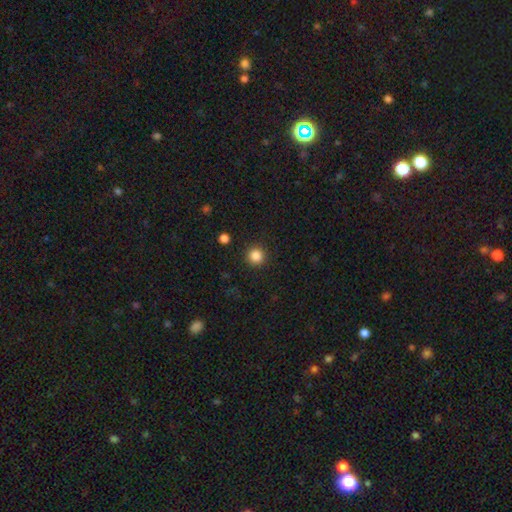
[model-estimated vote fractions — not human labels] Morphology: type=smooth (85%); roundness=round (95%); merging=none (91%).